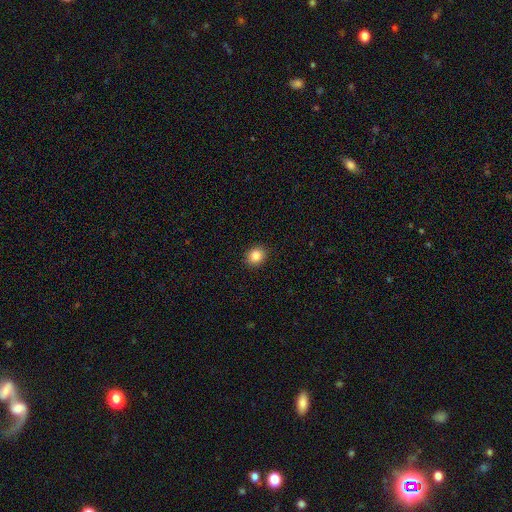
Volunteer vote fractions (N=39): Q: Smooth or featured?
A: smooth (85%); runner-up: star or artifact (10%)
Q: How rounded?
A: round (76%); runner-up: in between (24%)
Q: Merging?
A: none (89%); runner-up: merger (6%)